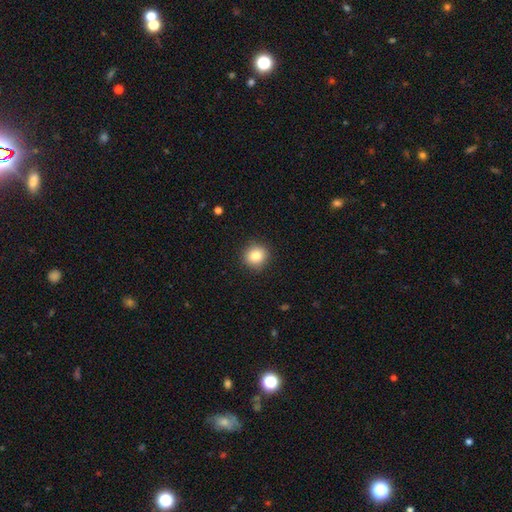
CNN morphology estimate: Smooth or featured? smooth (83%)
How rounded? round (91%)
Merging? none (91%)